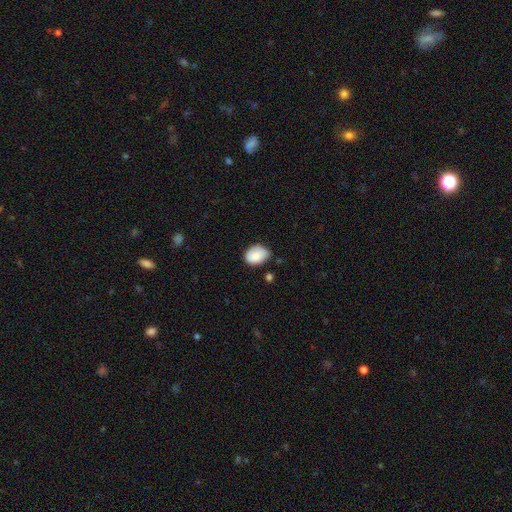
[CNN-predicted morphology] Q: Smooth or featured?
A: smooth (82%); runner-up: featured or disk (11%)
Q: How rounded?
A: in between (67%); runner-up: round (32%)
Q: Merging?
A: none (58%); runner-up: minor disturbance (33%)